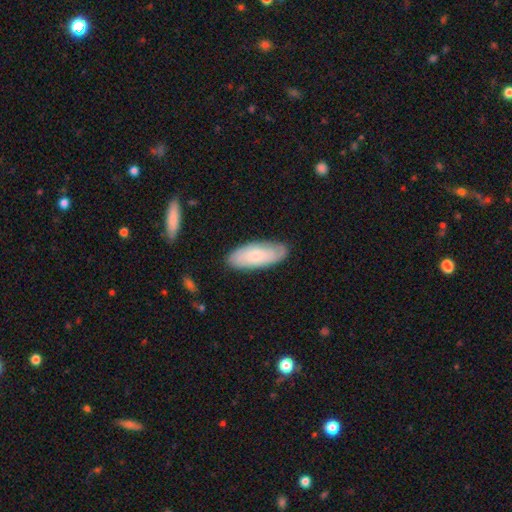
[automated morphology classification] smooth 65%, featured or disk 29%, star or artifact 6%. Down the decision tree: how rounded — in between (81%); merging — none (80%).